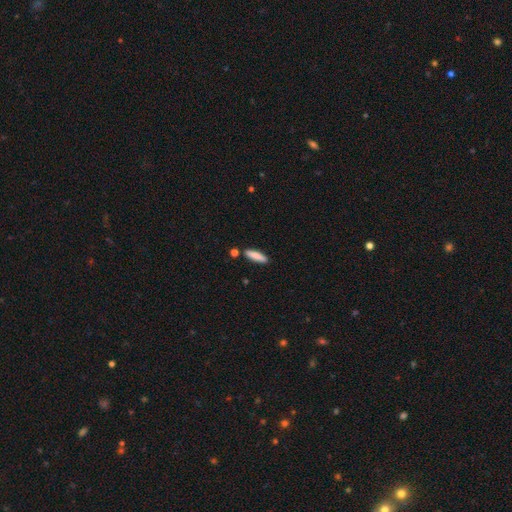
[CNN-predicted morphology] The model was most divided on "how rounded": cigar-shaped: 73%, in between: 26%, round: 2%. More confident: smooth or featured — smooth (84%); merging — none (83%).